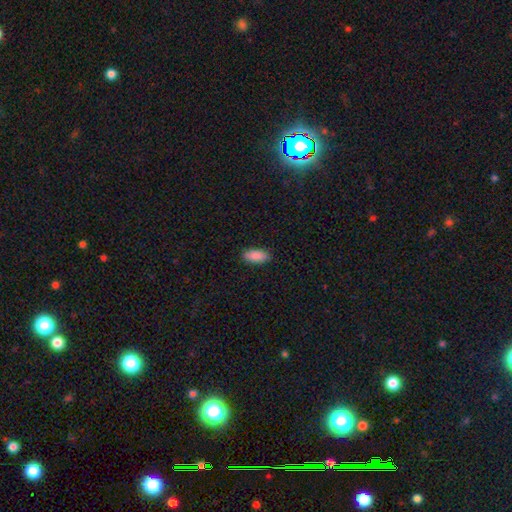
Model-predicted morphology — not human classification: This appears to be a smooth galaxy with no disk features (90%) that is in between round and cigar-shaped (86%). Merging: none (89%).